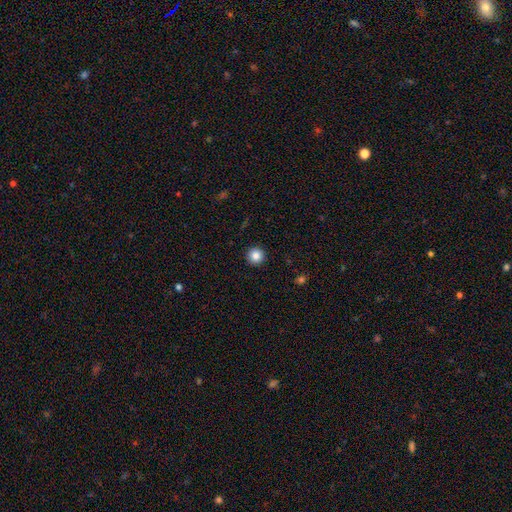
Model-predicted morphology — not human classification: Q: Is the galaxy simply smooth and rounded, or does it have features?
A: smooth — 85%.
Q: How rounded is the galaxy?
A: round — 96%.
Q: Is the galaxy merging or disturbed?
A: none — 93%.